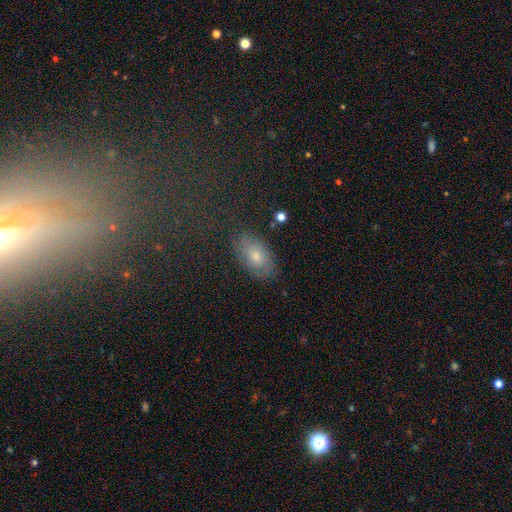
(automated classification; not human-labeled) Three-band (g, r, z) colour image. It shows a smooth galaxy with no disk features (55%) that is in between round and cigar-shaped (92%). Merging: none (81%).